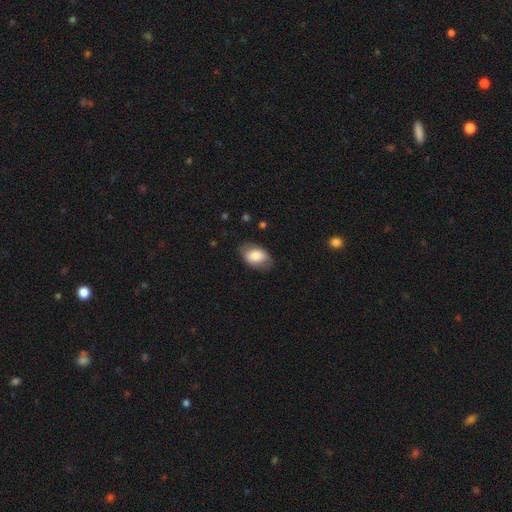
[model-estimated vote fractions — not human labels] A smooth galaxy with no disk features (78%) that is in between round and cigar-shaped (87%). Merging: none (76%).